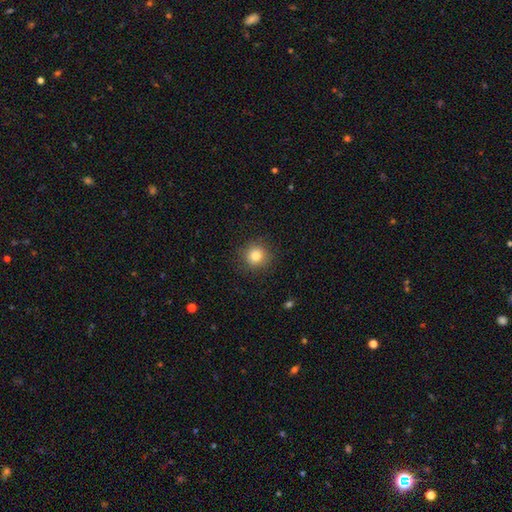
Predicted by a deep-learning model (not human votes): smooth-or-featured: smooth: 83% | star or artifact: 11% | featured or disk: 6%
  how-rounded: round: 92% | in between: 7% | cigar-shaped: 1%
  merging: none: 89% | minor disturbance: 7% | major disturbance: 3% | merger: 1%